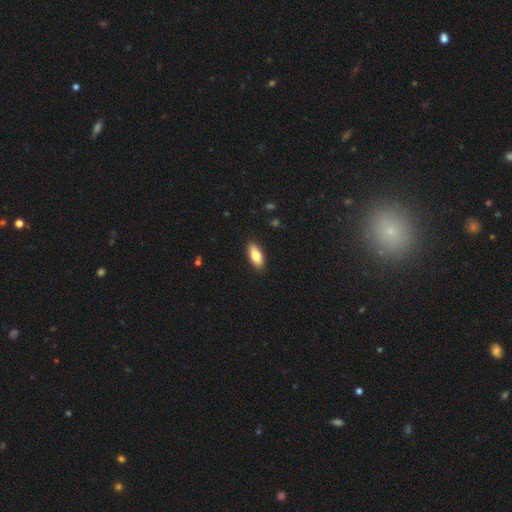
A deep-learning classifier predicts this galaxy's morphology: Q: Smooth or featured?
A: smooth (79%); runner-up: featured or disk (15%)
Q: How rounded?
A: in between (79%); runner-up: cigar-shaped (18%)
Q: Merging?
A: none (89%); runner-up: minor disturbance (8%)